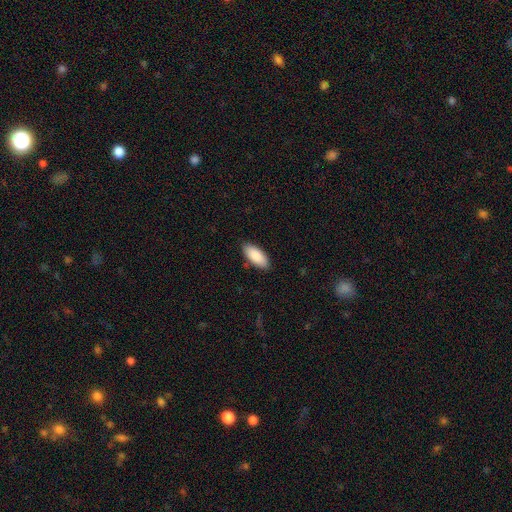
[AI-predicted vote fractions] This is clearly a smooth galaxy (89%). How rounded: clearly in between (88%). Merging: clearly none (88%).